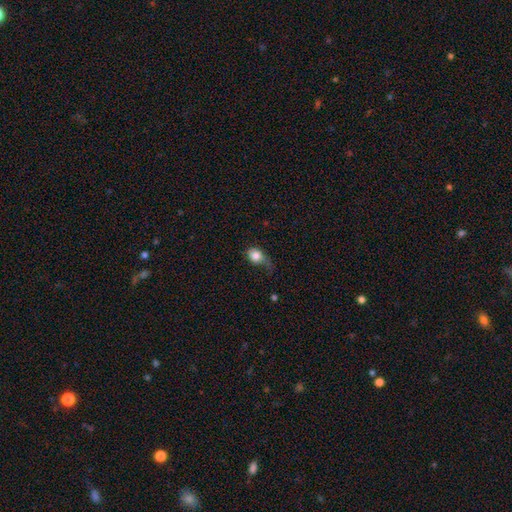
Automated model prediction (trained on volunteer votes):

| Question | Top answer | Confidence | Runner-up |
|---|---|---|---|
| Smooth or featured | smooth | 79% | featured or disk (13%) |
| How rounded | in between | 55% | round (43%) |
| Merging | minor disturbance | 34% | tied: major disturbance (34%) |